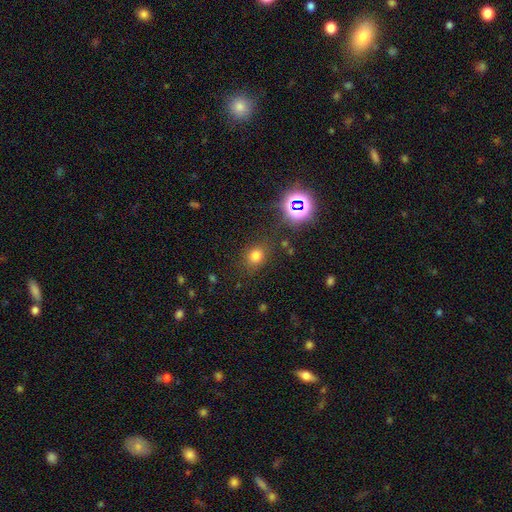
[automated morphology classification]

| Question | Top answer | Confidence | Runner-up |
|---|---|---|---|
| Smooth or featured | smooth | 71% | star or artifact (22%) |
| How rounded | round | 64% | in between (35%) |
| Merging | none | 79% | minor disturbance (12%) |